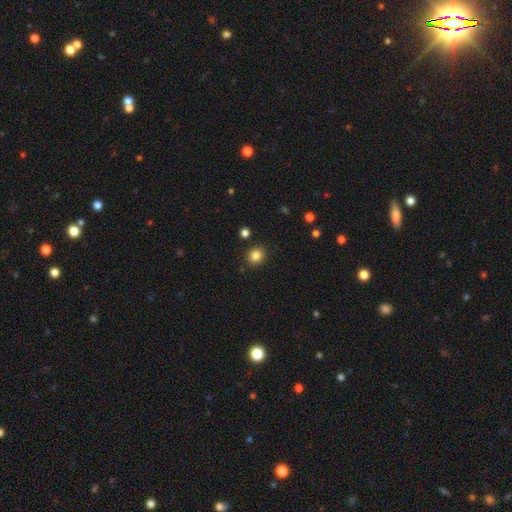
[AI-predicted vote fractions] Smooth or featured?
  - smooth: 84% *
  - star or artifact: 11%
  - featured or disk: 4%
How rounded?
  - round: 80% *
  - in between: 20%
  - cigar-shaped: 1%
Merging?
  - none: 88% *
  - minor disturbance: 7%
  - merger: 2%
  - major disturbance: 2%